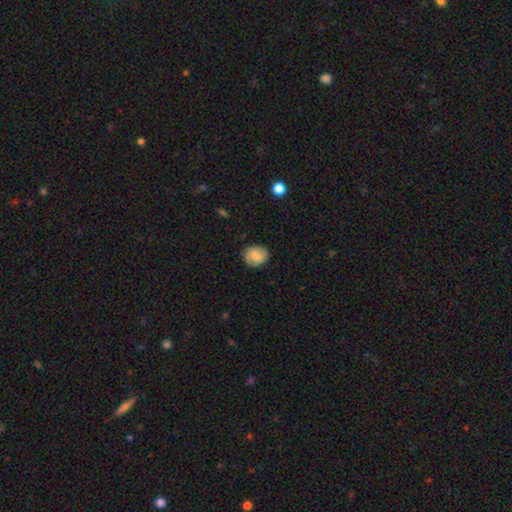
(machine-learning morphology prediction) Smooth or featured?
  - smooth: 61% *
  - featured or disk: 30%
  - star or artifact: 8%
How rounded?
  - round: 74% *
  - in between: 25%
  - cigar-shaped: 1%
Merging?
  - none: 81% *
  - minor disturbance: 14%
  - major disturbance: 4%
  - merger: 1%